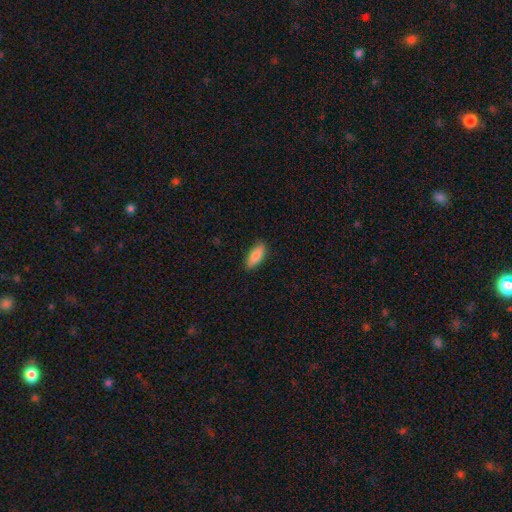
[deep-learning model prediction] This appears to be a smooth galaxy with no disk features (86%) that is in between round and cigar-shaped (77%). Merging: none (84%).